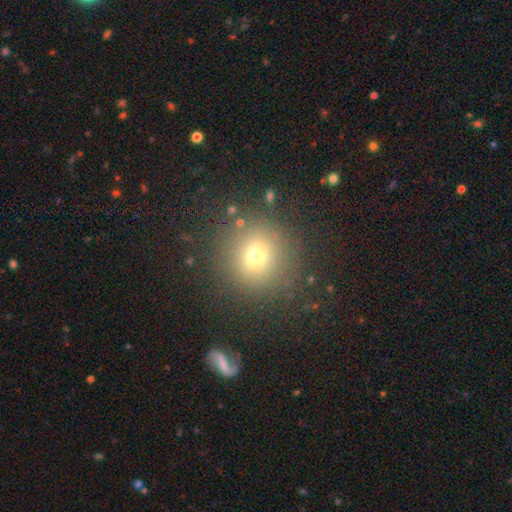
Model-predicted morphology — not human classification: This is likely a smooth galaxy (63%). How rounded: clearly round (88%). Merging: clearly none (83%).